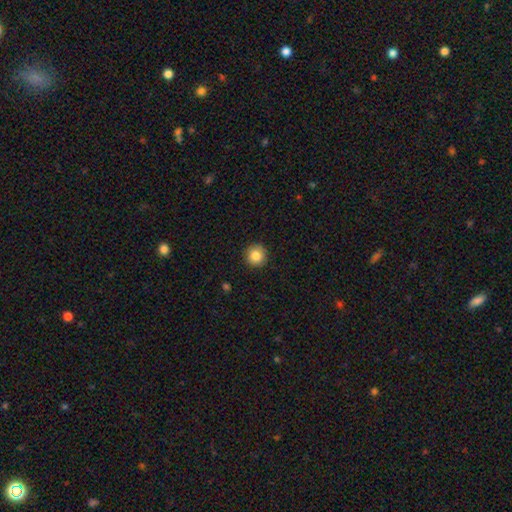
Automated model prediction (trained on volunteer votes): Overall: smooth (85%). How rounded: round (95%). Merging: none (91%).